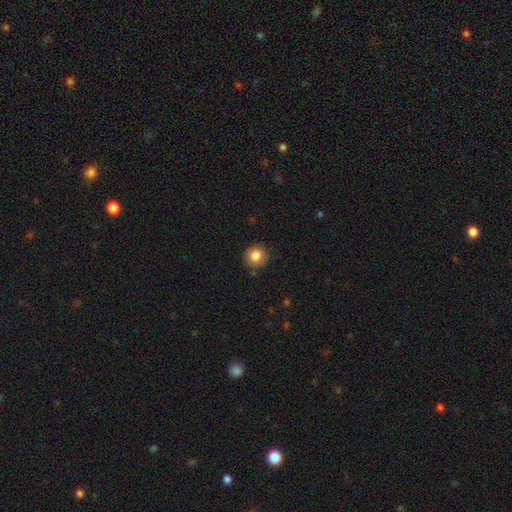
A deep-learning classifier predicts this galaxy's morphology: Overall: smooth (84%). How rounded: round (90%). Merging: none (87%).